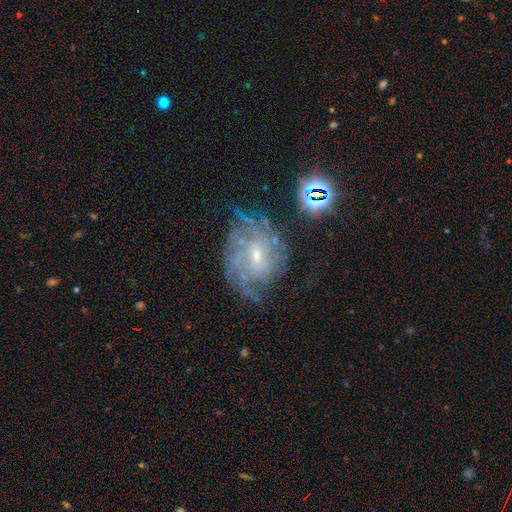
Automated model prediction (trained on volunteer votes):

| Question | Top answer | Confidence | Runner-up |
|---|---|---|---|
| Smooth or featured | featured or disk | 75% | star or artifact (13%) |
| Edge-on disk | no | 97% | yes (3%) |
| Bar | no | 47% | weak (45%) |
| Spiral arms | yes | 87% | no (13%) |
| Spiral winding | tight | 52% | medium (34%) |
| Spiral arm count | can't tell | 53% | 2 (18%) |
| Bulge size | small | 66% | moderate (29%) |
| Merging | none | 57% | minor disturbance (23%) |